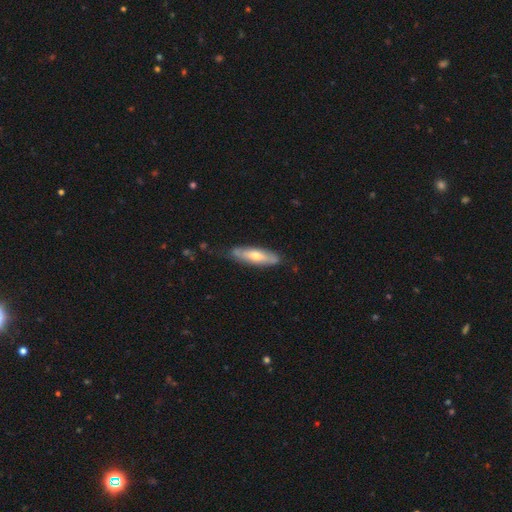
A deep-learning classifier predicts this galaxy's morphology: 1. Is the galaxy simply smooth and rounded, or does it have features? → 48% featured or disk, 47% smooth, 6% star or artifact.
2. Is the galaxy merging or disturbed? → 72% none, 22% minor disturbance, 4% major disturbance, 2% merger.